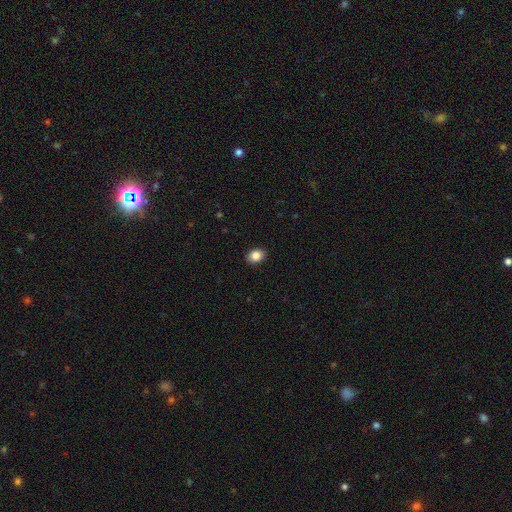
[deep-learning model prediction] A smooth galaxy with no disk features (84%) that is in between round and cigar-shaped (71%).

Vote fractions:
- Smooth or featured? smooth: 84% / star or artifact: 9% / featured or disk: 7%
- How rounded? in between: 71% / round: 28% / cigar-shaped: 1%
- Merging? none: 90% / minor disturbance: 7% / major disturbance: 2% / merger: 1%